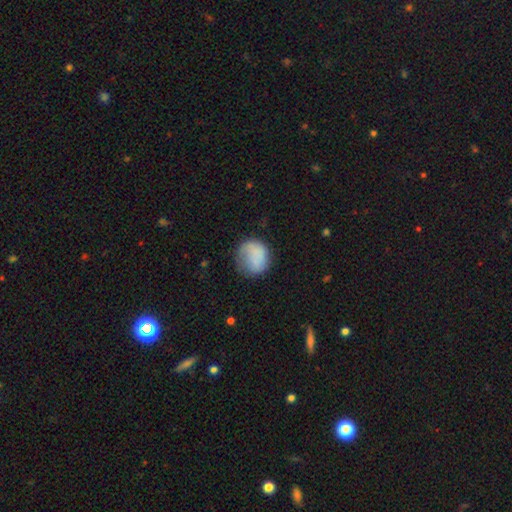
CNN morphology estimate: The model was most divided on "merging": none: 54%, minor disturbance: 27%, major disturbance: 17%, merger: 2%. More confident: how rounded — round (81%); smooth or featured — smooth (74%).